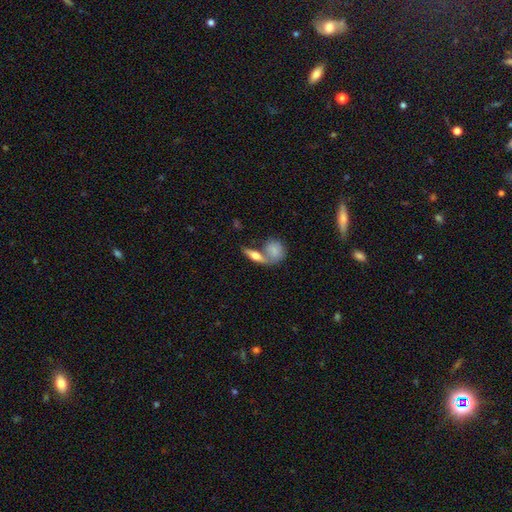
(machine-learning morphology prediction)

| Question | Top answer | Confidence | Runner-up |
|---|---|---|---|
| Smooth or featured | smooth | 60% | featured or disk (33%) |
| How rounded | in between | 52% | cigar-shaped (36%) |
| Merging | none | 45% | merger (41%) |